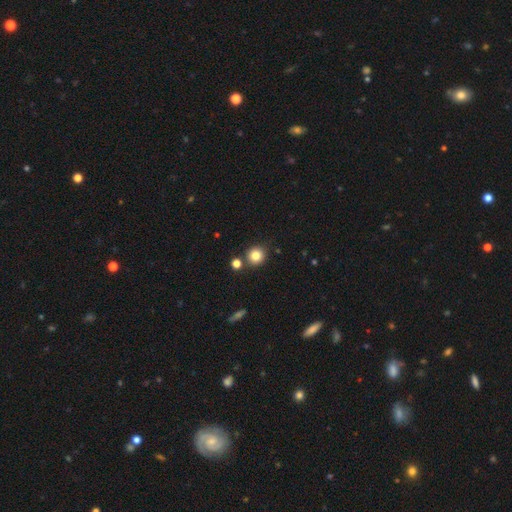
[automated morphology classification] This is clearly a smooth galaxy (81%). How rounded: clearly round (88%). Merging: clearly none (80%).